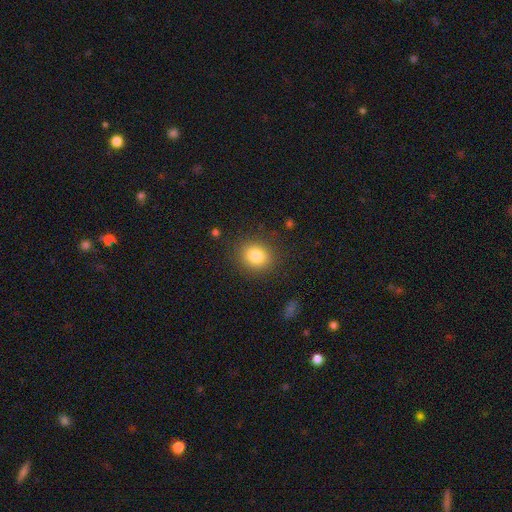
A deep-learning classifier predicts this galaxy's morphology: A smooth galaxy with no disk features (82%) that is round (72%).

Vote fractions:
- Smooth or featured? smooth: 82% / star or artifact: 11% / featured or disk: 7%
- How rounded? round: 72% / in between: 27% / cigar-shaped: 1%
- Merging? none: 87% / minor disturbance: 8% / major disturbance: 3% / merger: 1%